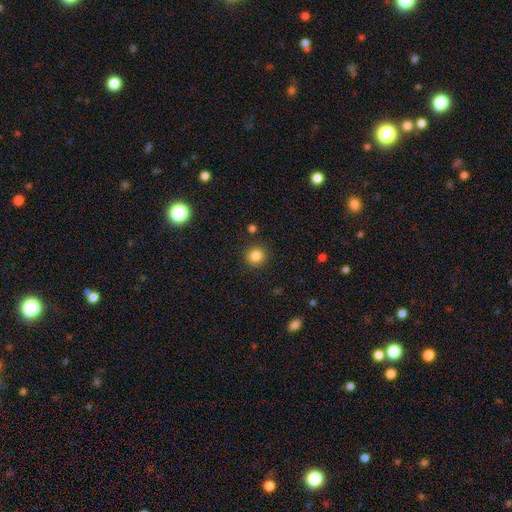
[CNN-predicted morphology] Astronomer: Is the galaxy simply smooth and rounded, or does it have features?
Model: smooth — 84%.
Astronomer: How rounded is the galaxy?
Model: round — 90%.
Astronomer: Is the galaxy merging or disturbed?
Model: none — 89%.